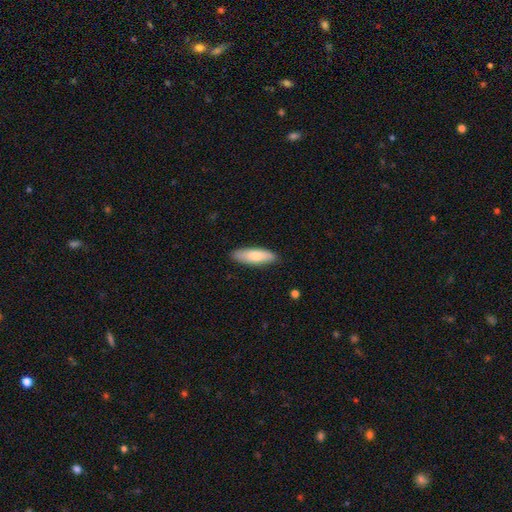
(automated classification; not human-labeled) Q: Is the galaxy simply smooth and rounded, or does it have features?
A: smooth — 77%.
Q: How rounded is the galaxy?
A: in between — 54%.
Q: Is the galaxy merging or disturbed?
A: none — 86%.